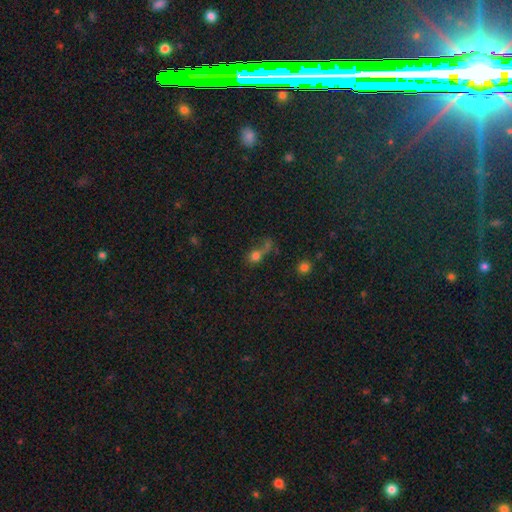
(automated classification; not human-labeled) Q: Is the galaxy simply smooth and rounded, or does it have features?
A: smooth — 68%.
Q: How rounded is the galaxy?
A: round — 72%.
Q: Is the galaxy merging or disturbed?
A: merger — 32%.